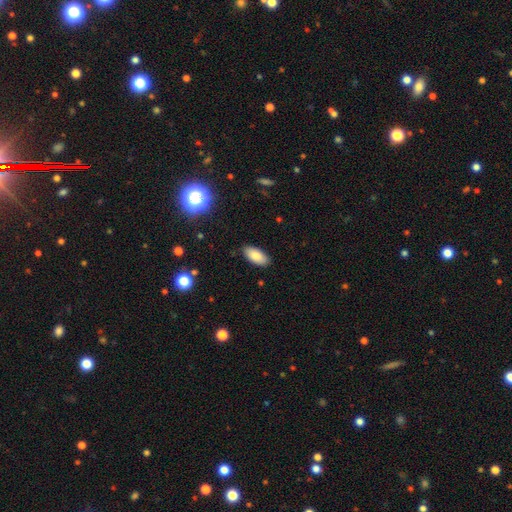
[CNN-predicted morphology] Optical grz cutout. It shows a smooth galaxy with no disk features (84%) that is in between round and cigar-shaped (92%). Merging: none (88%).